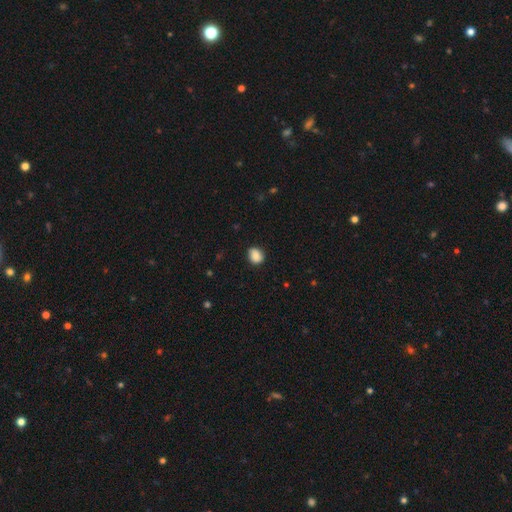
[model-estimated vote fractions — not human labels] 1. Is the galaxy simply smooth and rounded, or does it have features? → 87% smooth, 9% star or artifact, 4% featured or disk.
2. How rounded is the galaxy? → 61% round, 38% in between, 1% cigar-shaped.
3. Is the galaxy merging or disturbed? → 82% none, 14% minor disturbance, 3% major disturbance, 1% merger.